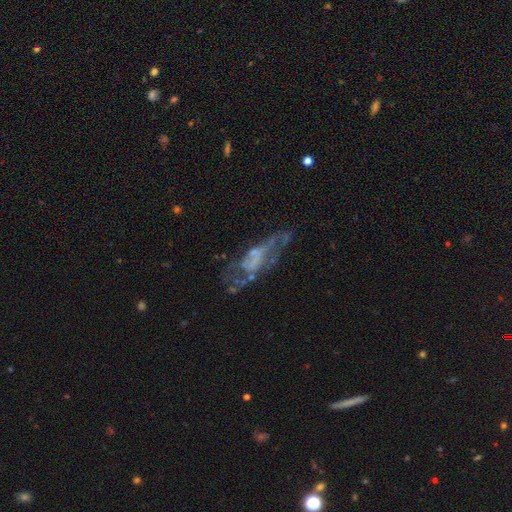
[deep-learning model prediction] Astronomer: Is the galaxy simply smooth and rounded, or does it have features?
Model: featured or disk — 68%.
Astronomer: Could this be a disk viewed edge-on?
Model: no — 86%.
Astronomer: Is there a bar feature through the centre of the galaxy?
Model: no — 67%.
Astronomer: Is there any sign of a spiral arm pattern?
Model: no — 54% (runner-up: yes, 46%).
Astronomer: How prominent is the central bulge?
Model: none — 57%.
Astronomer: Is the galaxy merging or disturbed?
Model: none — 48% (runner-up: major disturbance, 27%).